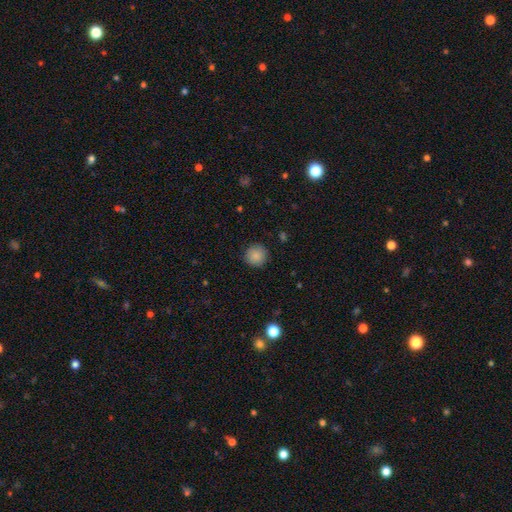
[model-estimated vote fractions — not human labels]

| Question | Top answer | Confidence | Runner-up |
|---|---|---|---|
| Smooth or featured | smooth | 87% | star or artifact (9%) |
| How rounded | round | 95% | in between (4%) |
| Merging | none | 91% | minor disturbance (6%) |